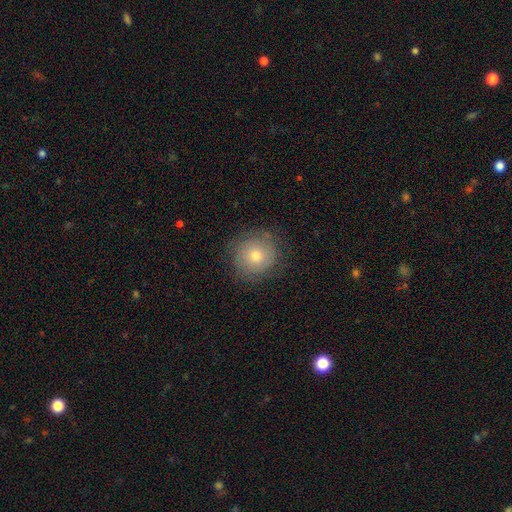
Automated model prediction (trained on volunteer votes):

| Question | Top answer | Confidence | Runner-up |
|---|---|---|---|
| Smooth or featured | smooth | 61% | featured or disk (28%) |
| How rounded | round | 92% | in between (7%) |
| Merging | none | 80% | minor disturbance (14%) |